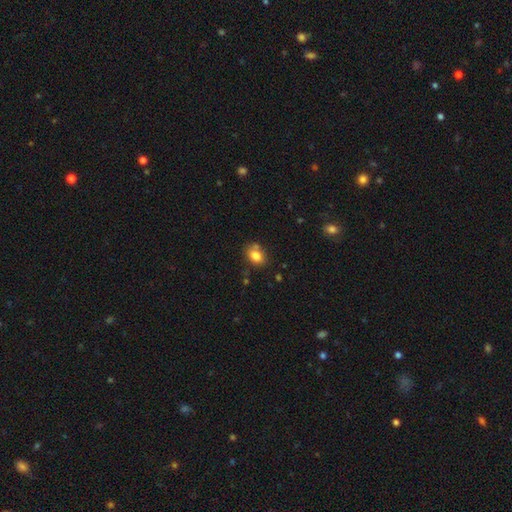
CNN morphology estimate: smooth 81%, star or artifact 10%, featured or disk 9%. Down the decision tree: how rounded — in between (71%); merging — none (66%).